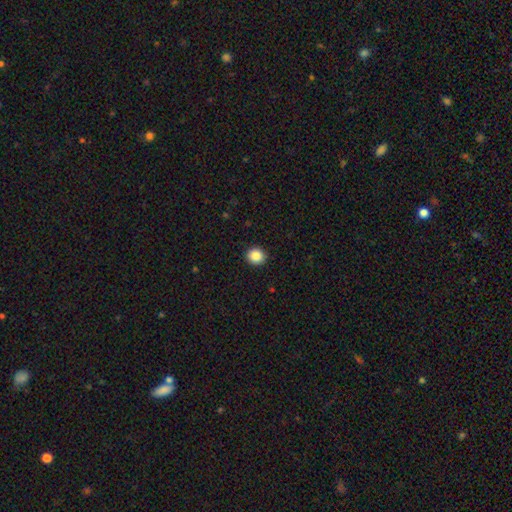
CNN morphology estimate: type=smooth (88%); roundness=round (88%); merging=none (92%).